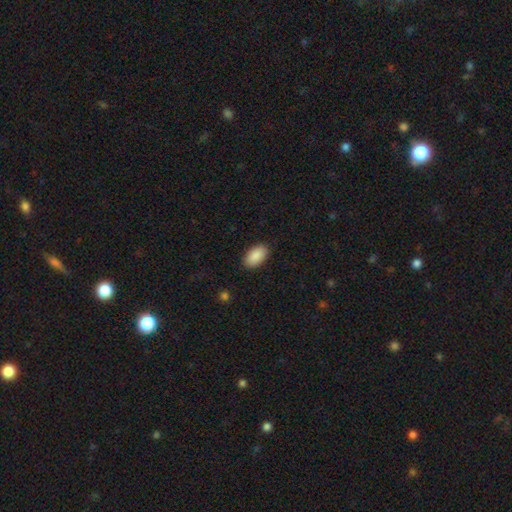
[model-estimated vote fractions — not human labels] A smooth galaxy with no disk features (90%) that is in between round and cigar-shaped (95%).

Vote fractions:
- Smooth or featured? smooth: 90% / star or artifact: 6% / featured or disk: 4%
- How rounded? in between: 95% / round: 3% / cigar-shaped: 2%
- Merging? none: 89% / minor disturbance: 8% / major disturbance: 2% / merger: 1%